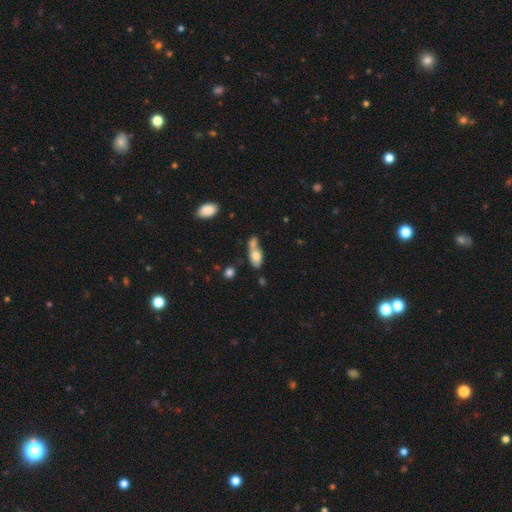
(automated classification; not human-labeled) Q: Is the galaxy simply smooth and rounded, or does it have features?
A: smooth — 72%.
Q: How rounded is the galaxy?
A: in between — 82%.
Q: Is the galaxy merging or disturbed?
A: merger — 50%.